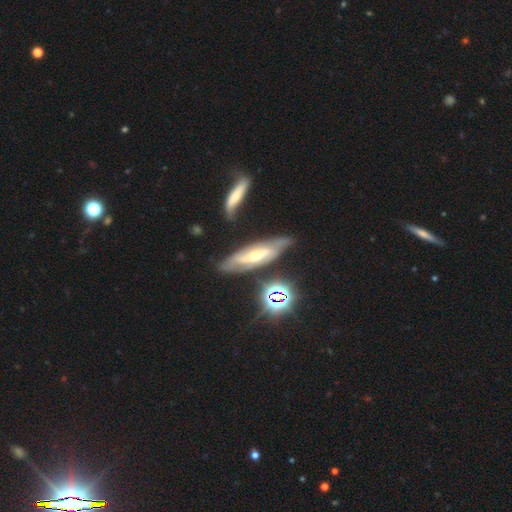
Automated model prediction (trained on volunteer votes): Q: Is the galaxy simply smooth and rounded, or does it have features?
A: featured or disk — 71%.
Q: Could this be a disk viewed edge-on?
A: no — 74%.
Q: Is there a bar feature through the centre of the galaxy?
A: weak — 38%.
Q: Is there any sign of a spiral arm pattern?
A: yes — 84%.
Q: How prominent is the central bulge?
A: moderate — 53%.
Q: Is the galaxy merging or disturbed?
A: none — 66%.